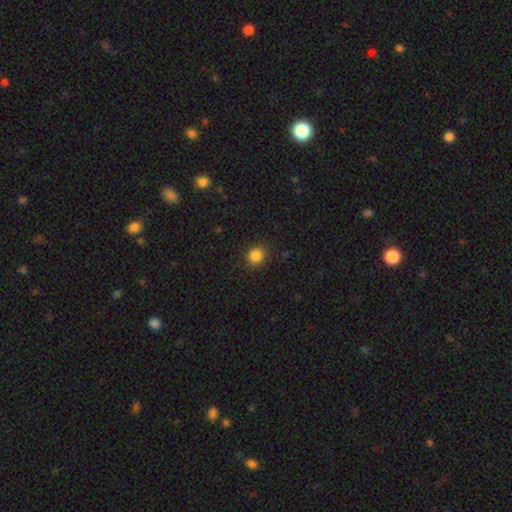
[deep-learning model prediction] Overall: smooth (85%). How rounded: round (73%). Merging: none (88%).